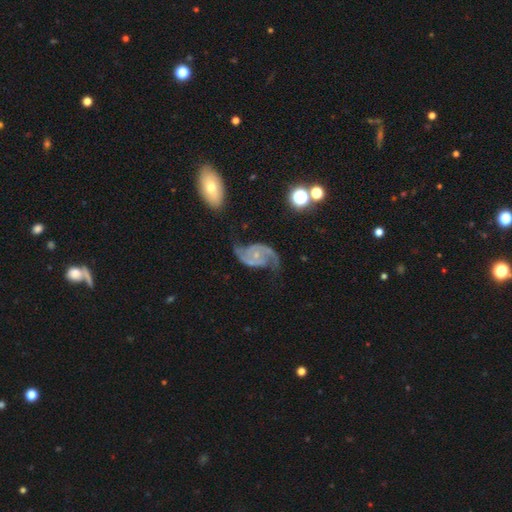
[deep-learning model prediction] smooth_or_featured: featured or disk (p=0.90) [alt: star or artifact p=0.05]
disk_edge_on: no (p=0.98) [alt: yes p=0.02]
bar: no (p=0.64) [alt: weak p=0.29]
has_spiral_arms: yes (p=0.97) [alt: no p=0.03]
spiral_winding: medium (p=0.49) [alt: loose p=0.36]
spiral_arm_count: 2 (p=0.92) [alt: can't tell p=0.02]
bulge_size: small (p=0.69) [alt: moderate p=0.24]
merging: none (p=0.64) [alt: minor disturbance p=0.20]